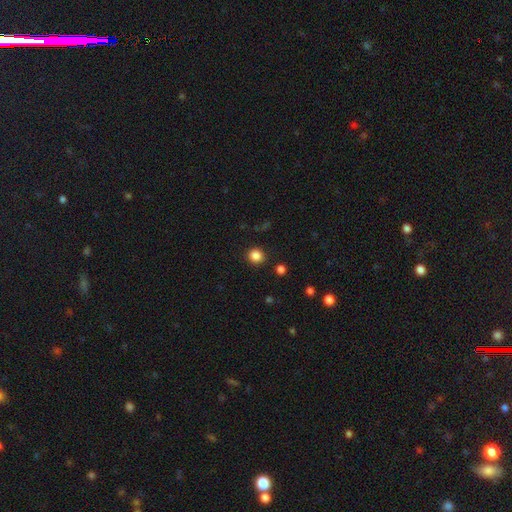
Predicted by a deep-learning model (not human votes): Smooth or featured?
  - smooth: 85% *
  - star or artifact: 12%
  - featured or disk: 4%
How rounded?
  - round: 90% *
  - in between: 9%
  - cigar-shaped: 1%
Merging?
  - none: 91% *
  - minor disturbance: 5%
  - major disturbance: 2%
  - merger: 2%